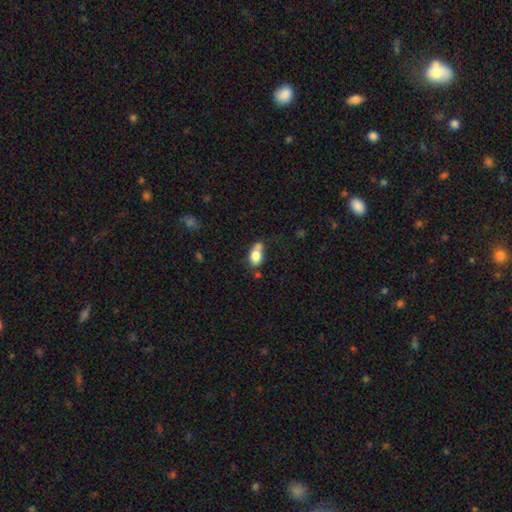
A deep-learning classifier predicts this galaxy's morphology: Smooth or featured: smooth — 77% (featured or disk — 14%)
How rounded: in between — 81% (round — 16%)
Merging: none — 39% (merger — 27%)